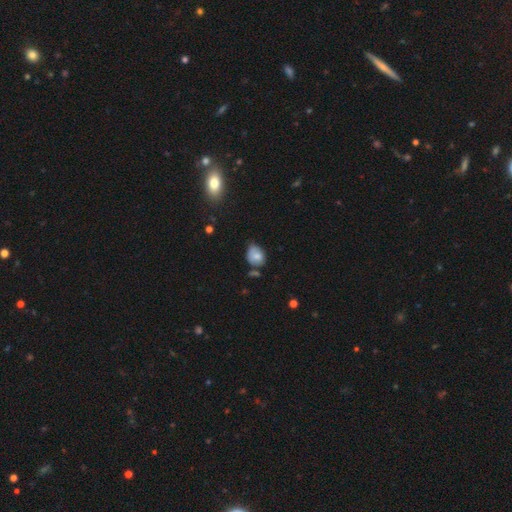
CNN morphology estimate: Smooth or featured? smooth (76%)
How rounded? in between (61%)
Merging? none (43%)